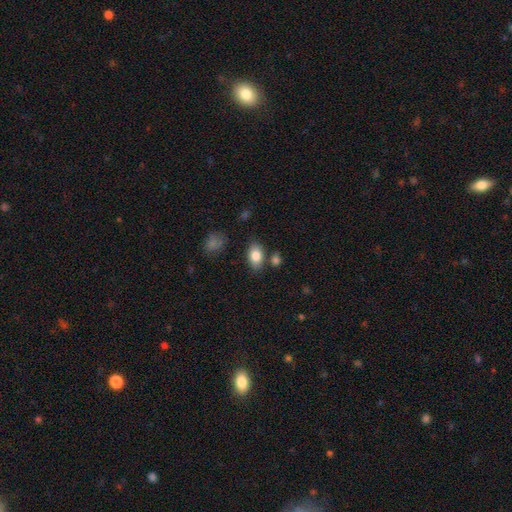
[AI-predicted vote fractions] Morphology: type=smooth (83%); roundness=in between (88%); merging=none (76%).